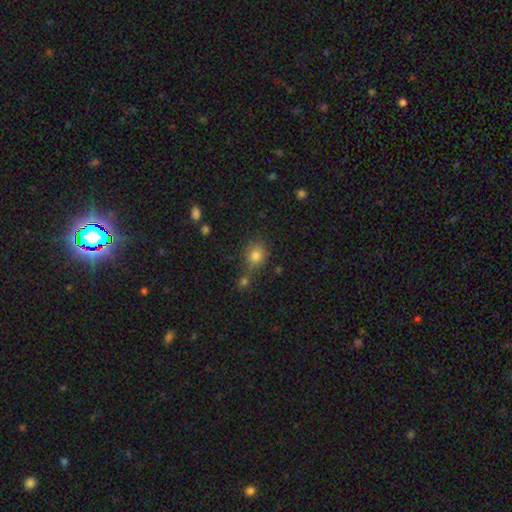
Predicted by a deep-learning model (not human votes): smooth 80%, star or artifact 12%, featured or disk 8%. Down the decision tree: how rounded — round (73%); merging — none (58%).